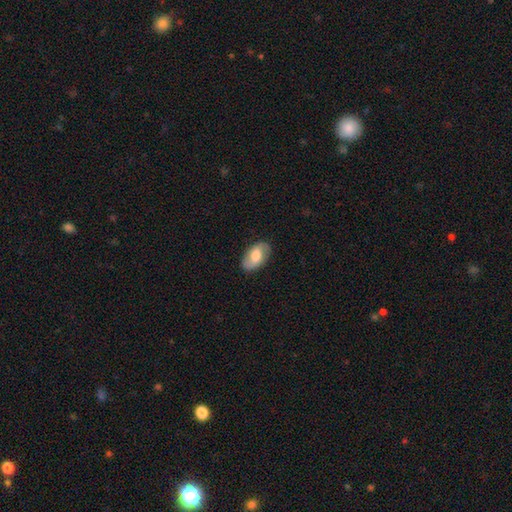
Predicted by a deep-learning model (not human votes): The model was most divided on "smooth or featured": smooth: 50%, featured or disk: 43%, star or artifact: 7%. More confident: merging — none (83%).